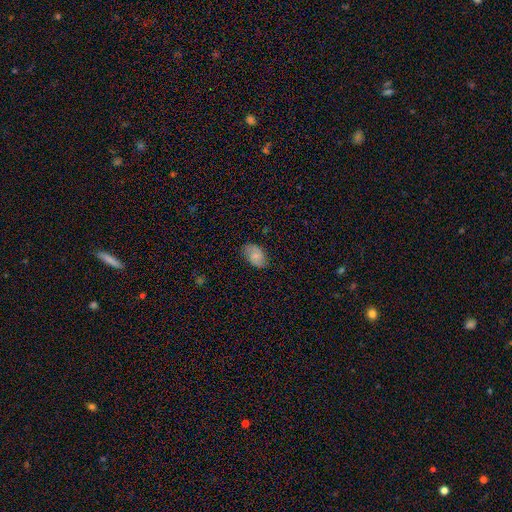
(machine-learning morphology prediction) smooth 75%, featured or disk 17%, star or artifact 8%. Down the decision tree: how rounded — in between (89%); merging — none (74%).